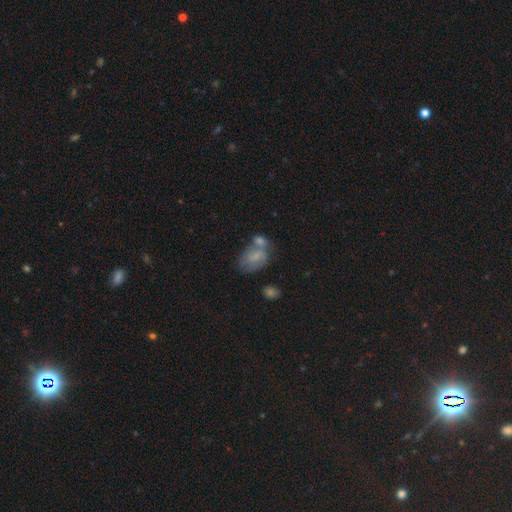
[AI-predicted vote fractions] Smooth or featured? Predicted: smooth (p=0.62). How rounded? Predicted: in between (p=0.84). Merging? Predicted: merger (p=0.41).